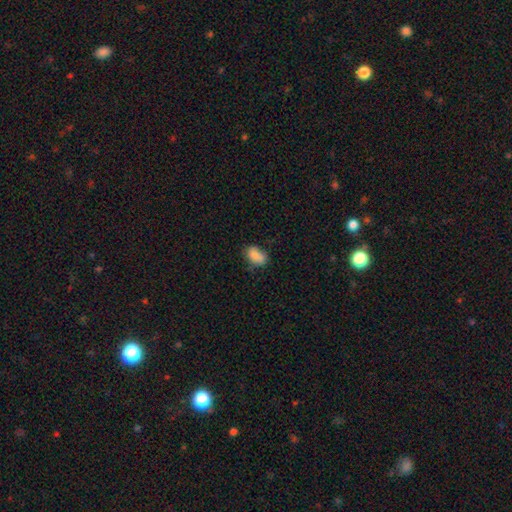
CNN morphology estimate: This appears to be a smooth galaxy with no disk features (86%) that is in between round and cigar-shaped (90%). Merging: none (65%).